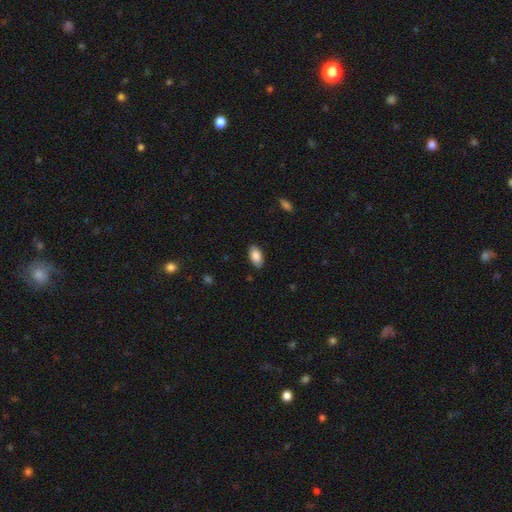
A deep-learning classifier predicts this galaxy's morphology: smooth 87%, star or artifact 7%, featured or disk 6%. Down the decision tree: how rounded — in between (94%); merging — none (87%).